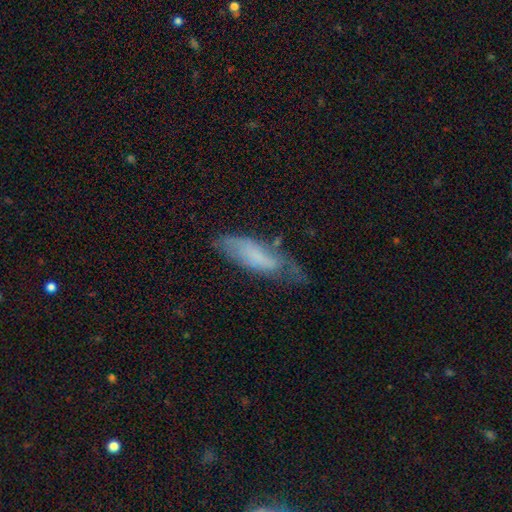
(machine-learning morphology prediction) Smooth or featured? Predicted: smooth (p=0.54). How rounded? Predicted: in between (p=0.54). Merging? Predicted: none (p=0.40).